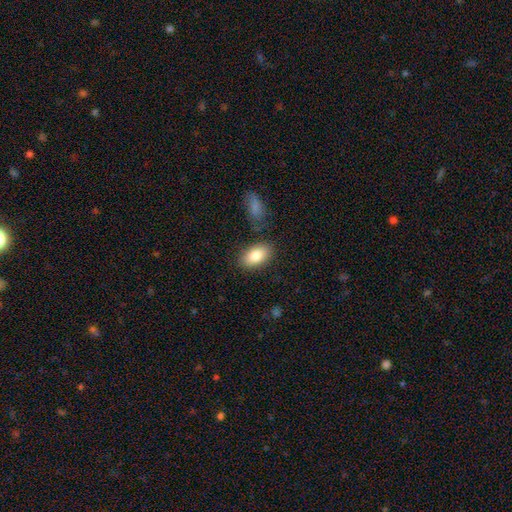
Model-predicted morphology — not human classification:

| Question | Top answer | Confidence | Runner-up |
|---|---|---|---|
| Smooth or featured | smooth | 84% | featured or disk (10%) |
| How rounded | in between | 93% | round (5%) |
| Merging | none | 83% | minor disturbance (11%) |